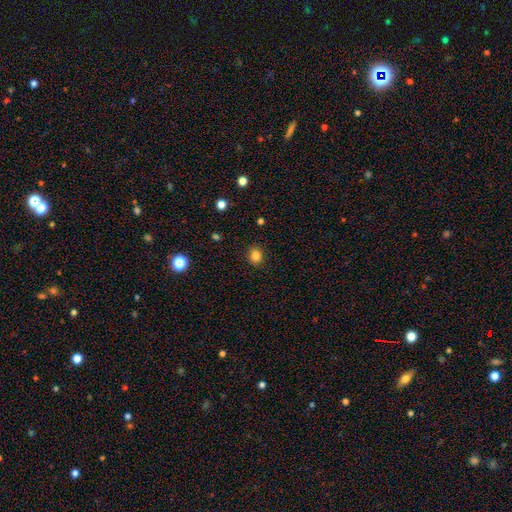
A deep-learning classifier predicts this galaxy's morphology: This is clearly a smooth galaxy (84%). How rounded: likely round (70%). Merging: clearly none (89%).